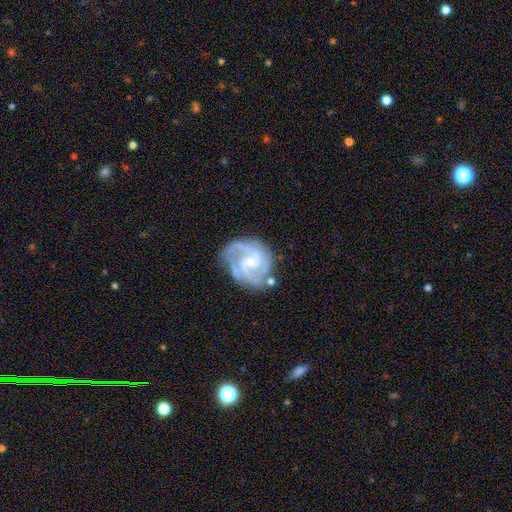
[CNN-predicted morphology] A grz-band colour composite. It shows a featured or disk galaxy (89%) with a weak bar (47%), 2 (42%) medium (47%) spiral arms (97%) and a small central bulge (67%). Merging: none (68%).